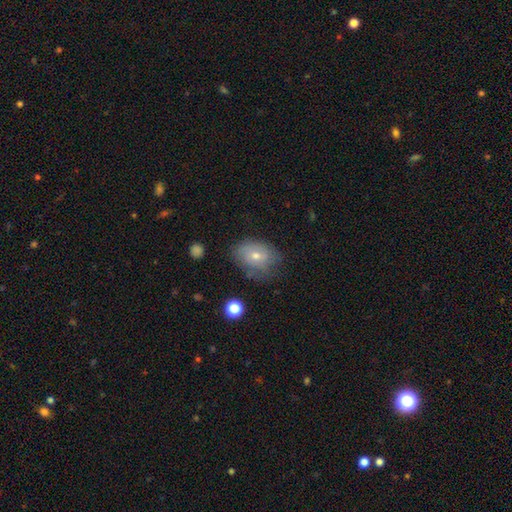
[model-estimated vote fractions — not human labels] Smooth or featured? smooth (57%)
How rounded? in between (71%)
Merging? none (63%)